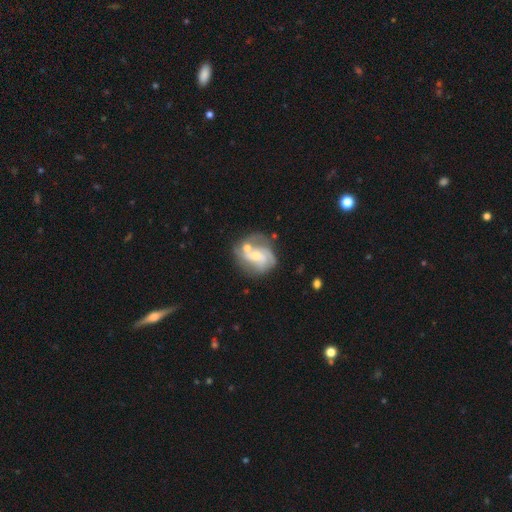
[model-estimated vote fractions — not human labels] Smooth or featured? Predicted: featured or disk (p=0.75). Edge-on disk? Predicted: no (p=0.98). Bar? Predicted: no (p=0.55). Spiral arms? Predicted: yes (p=0.87). Spiral winding? Predicted: medium (p=0.45). Spiral arm count? Predicted: 3 (p=0.34). Bulge size? Predicted: small (p=0.49). Merging? Predicted: none (p=0.41).